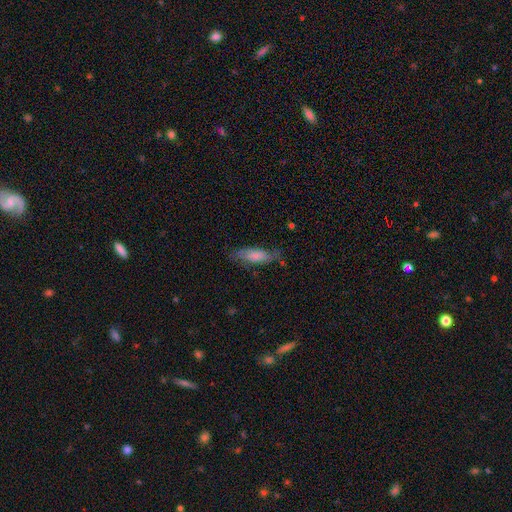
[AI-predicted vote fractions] Smooth or featured: smooth — 64% (featured or disk — 29%)
How rounded: in between — 64% (cigar-shaped — 34%)
Merging: none — 63% (minor disturbance — 26%)